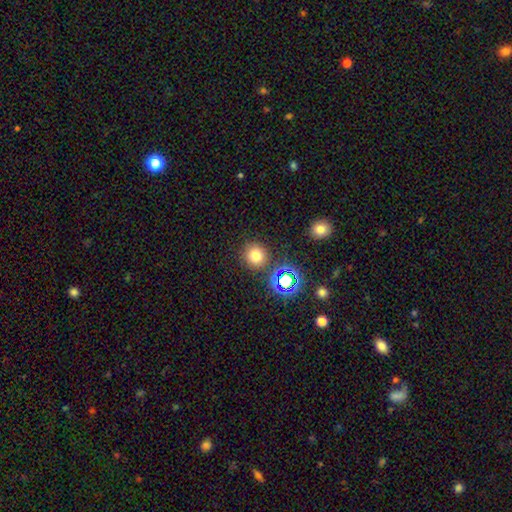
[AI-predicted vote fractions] This appears to be a smooth galaxy with no disk features (71%) that is round (92%). Merging: none (84%).